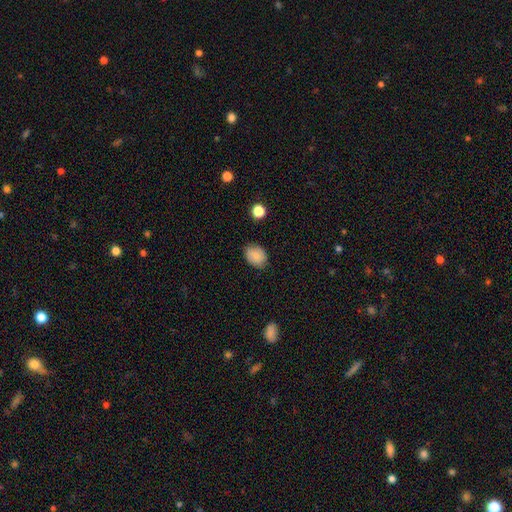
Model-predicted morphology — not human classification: Smooth or featured? smooth (85%)
How rounded? in between (57%)
Merging? none (83%)